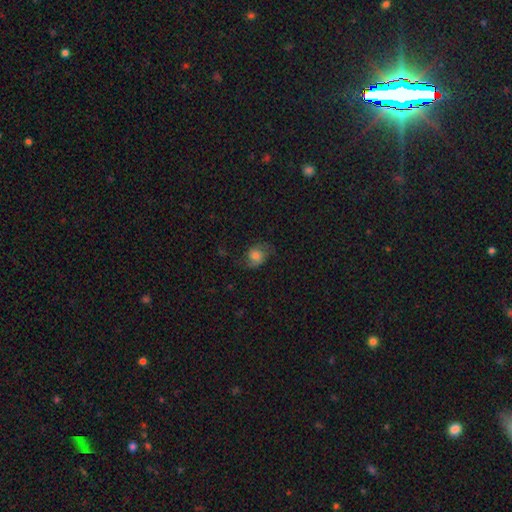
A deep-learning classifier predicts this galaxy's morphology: smooth-or-featured: smooth: 54% | featured or disk: 35% | star or artifact: 11%
  how-rounded: round: 59% | in between: 40% | cigar-shaped: 1%
  merging: none: 58% | minor disturbance: 24% | major disturbance: 17% | merger: 1%